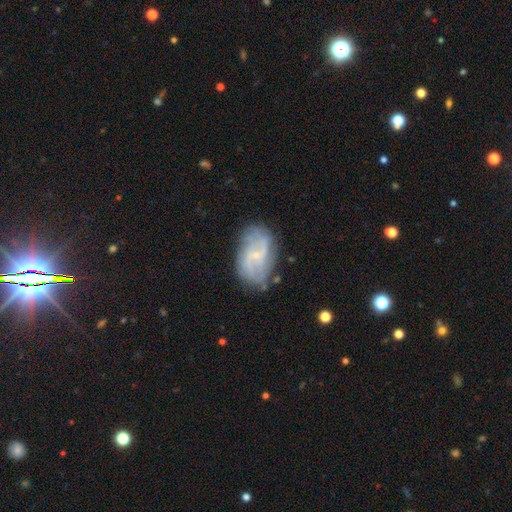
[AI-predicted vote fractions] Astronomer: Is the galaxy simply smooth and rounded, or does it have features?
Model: featured or disk — 74%.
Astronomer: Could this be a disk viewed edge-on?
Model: no — 96%.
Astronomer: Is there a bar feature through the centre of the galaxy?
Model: weak — 47% (runner-up: no, 43%).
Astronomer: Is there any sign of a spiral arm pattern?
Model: yes — 87%.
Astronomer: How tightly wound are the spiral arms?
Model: medium — 39% (runner-up: loose, 38%).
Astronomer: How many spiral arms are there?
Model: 2 — 52% (runner-up: can't tell, 28%).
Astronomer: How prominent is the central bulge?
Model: small — 77%.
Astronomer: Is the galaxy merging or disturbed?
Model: none — 68%.